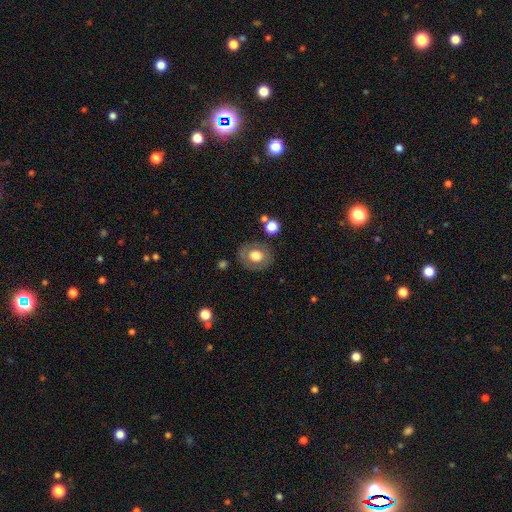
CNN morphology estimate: Smooth or featured? Predicted: smooth (p=0.62). How rounded? Predicted: round (p=0.63). Merging? Predicted: none (p=0.80).